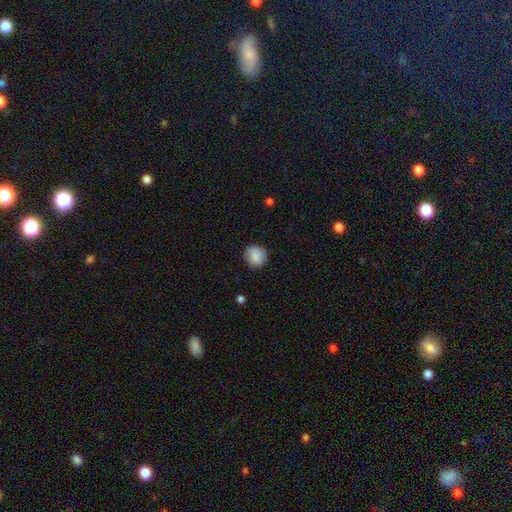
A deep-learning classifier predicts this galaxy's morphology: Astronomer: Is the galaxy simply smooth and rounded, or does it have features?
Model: smooth — 87%.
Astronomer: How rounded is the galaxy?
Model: round — 88%.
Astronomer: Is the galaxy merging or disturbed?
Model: none — 83%.